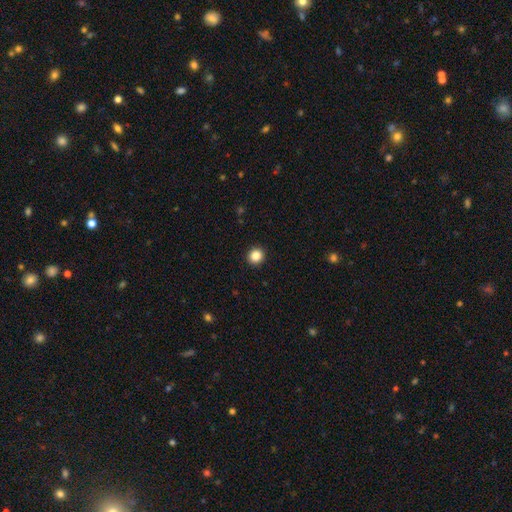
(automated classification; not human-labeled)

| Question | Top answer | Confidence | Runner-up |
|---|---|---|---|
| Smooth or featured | smooth | 86% | star or artifact (11%) |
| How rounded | round | 92% | in between (8%) |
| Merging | none | 93% | minor disturbance (4%) |